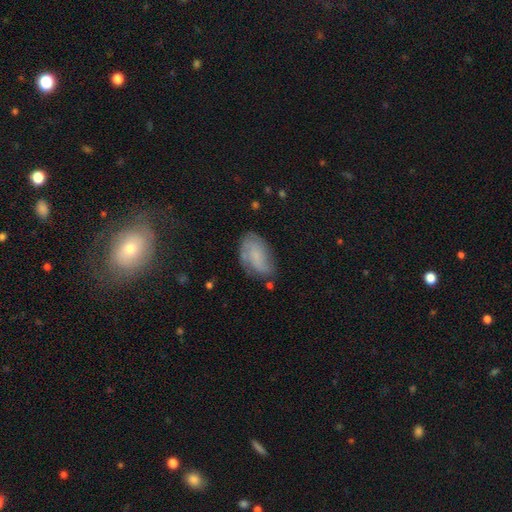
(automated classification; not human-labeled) The model was most divided on "smooth or featured": smooth: 46%, featured or disk: 44%, star or artifact: 10%. More confident: merging — none (62%).